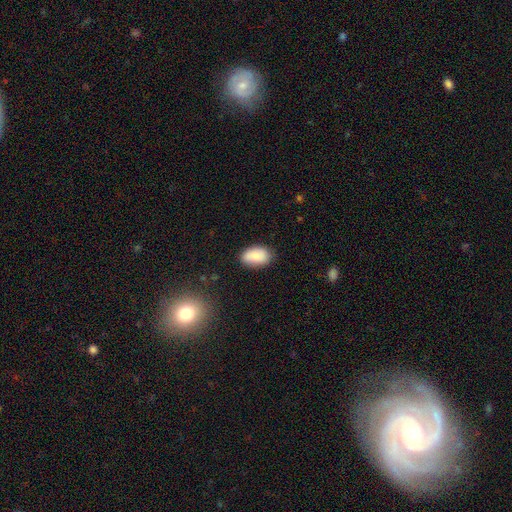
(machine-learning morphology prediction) smooth-or-featured: smooth: 80% | featured or disk: 12% | star or artifact: 8%
  how-rounded: in between: 89% | round: 9% | cigar-shaped: 2%
  merging: none: 77% | minor disturbance: 17% | major disturbance: 3% | merger: 2%